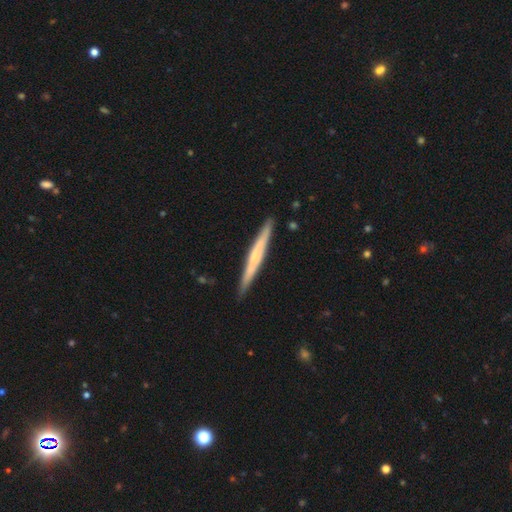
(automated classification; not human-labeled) Morphology: type=featured or disk (54%); edge-on=yes (97%); edge-on bulge=none (52%); merging=none (90%).